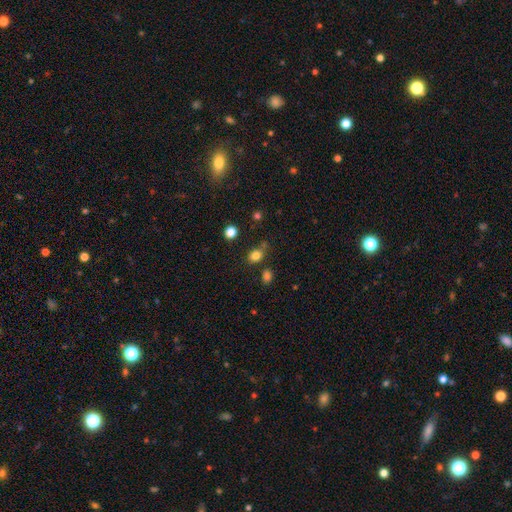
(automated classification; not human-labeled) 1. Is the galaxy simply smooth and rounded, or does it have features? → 81% smooth, 13% star or artifact, 6% featured or disk.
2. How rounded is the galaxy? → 50% round, 49% in between, 1% cigar-shaped.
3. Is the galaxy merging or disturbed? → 71% none, 15% minor disturbance, 10% merger, 5% major disturbance.